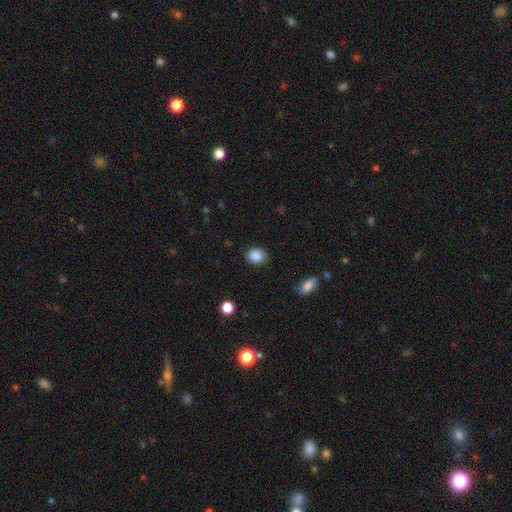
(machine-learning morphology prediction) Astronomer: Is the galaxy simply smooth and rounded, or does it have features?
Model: smooth — 87%.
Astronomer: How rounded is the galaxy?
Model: round — 53% (runner-up: in between, 46%).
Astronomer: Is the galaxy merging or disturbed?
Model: none — 81%.